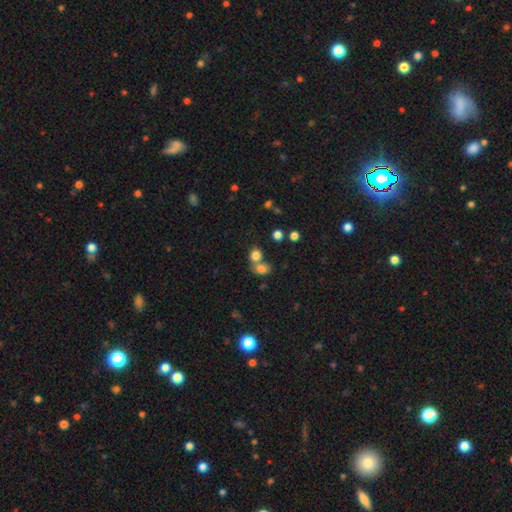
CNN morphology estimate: Q: Smooth or featured?
A: smooth (79%); runner-up: star or artifact (13%)
Q: How rounded?
A: round (66%); runner-up: in between (33%)
Q: Merging?
A: merger (46%); runner-up: none (43%)